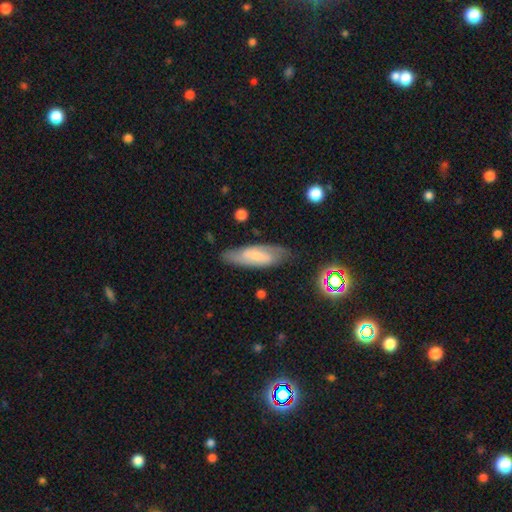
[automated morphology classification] type=smooth (48%); merging=none (74%).